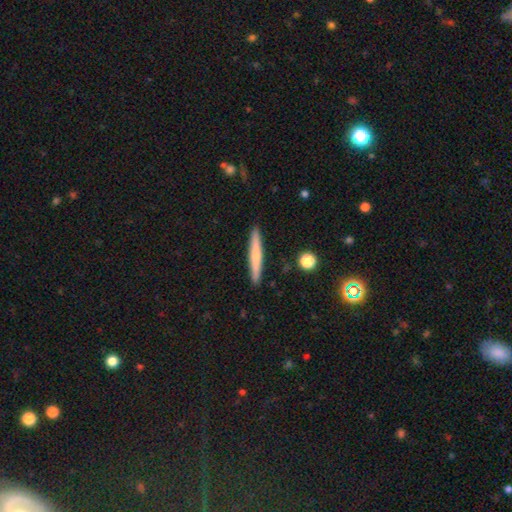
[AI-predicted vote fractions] Q: Smooth or featured?
A: smooth (59%); runner-up: featured or disk (35%)
Q: How rounded?
A: cigar-shaped (95%); runner-up: in between (3%)
Q: Merging?
A: none (92%); runner-up: minor disturbance (6%)